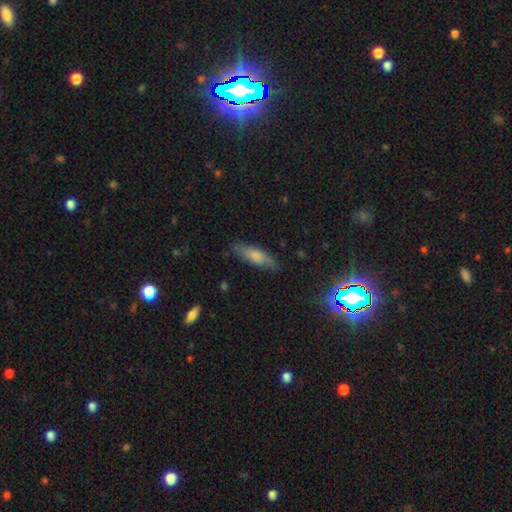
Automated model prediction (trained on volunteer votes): smooth_or_featured: smooth (p=0.66) [alt: featured or disk p=0.27]
how_rounded: cigar-shaped (p=0.54) [alt: in between p=0.44]
merging: none (p=0.78) [alt: minor disturbance p=0.17]